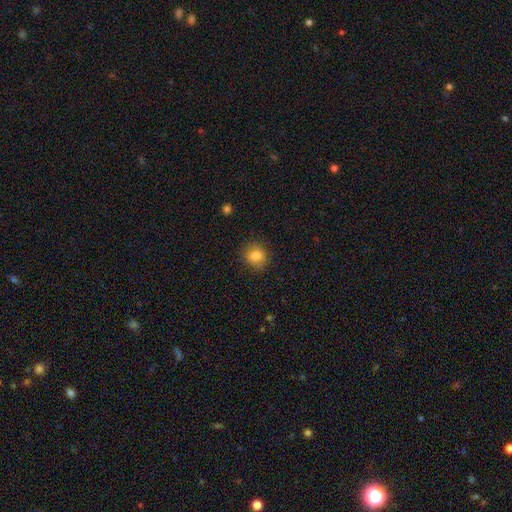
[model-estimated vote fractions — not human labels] Smooth or featured? Predicted: smooth (p=0.82). How rounded? Predicted: round (p=0.79). Merging? Predicted: none (p=0.85).